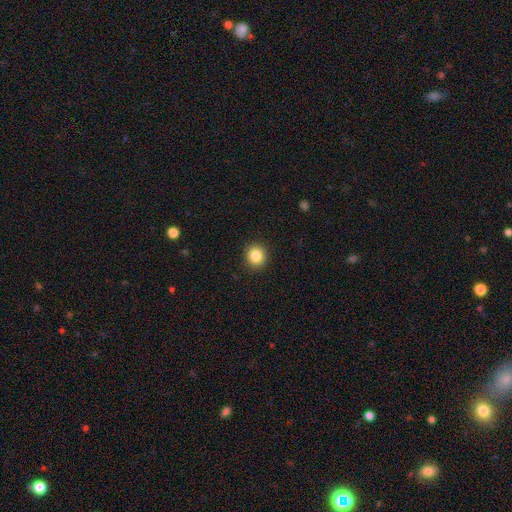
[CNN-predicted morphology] A smooth galaxy with no disk features (85%) that is round (89%).

Vote fractions:
- Smooth or featured? smooth: 85% / star or artifact: 10% / featured or disk: 5%
- How rounded? round: 89% / in between: 10% / cigar-shaped: 1%
- Merging? none: 92% / minor disturbance: 5% / major disturbance: 2% / merger: 1%